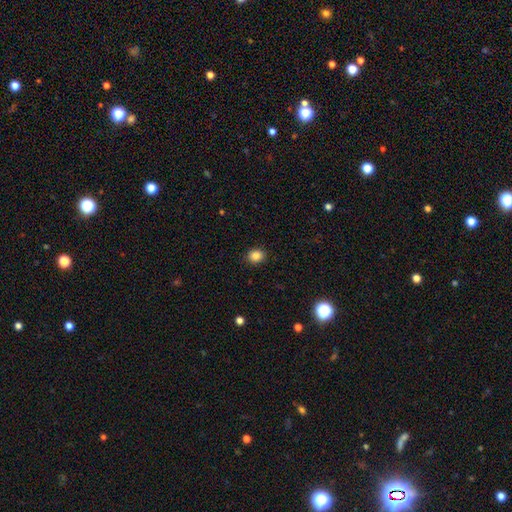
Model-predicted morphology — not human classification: The model was most divided on "how rounded": round: 72%, in between: 27%, cigar-shaped: 1%. More confident: merging — none (91%); smooth or featured — smooth (86%).